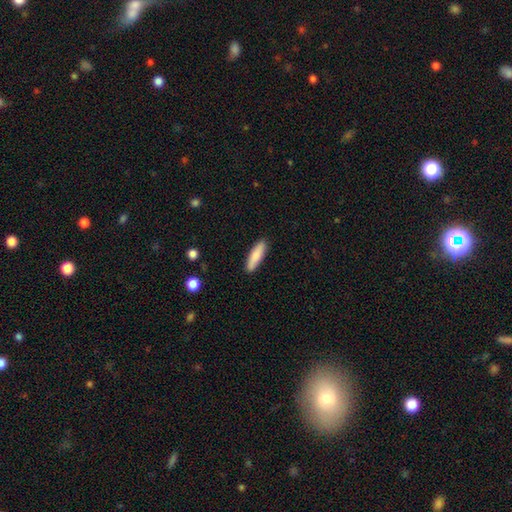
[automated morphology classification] Overall: smooth (82%). How rounded: cigar-shaped (71%). Merging: none (89%).